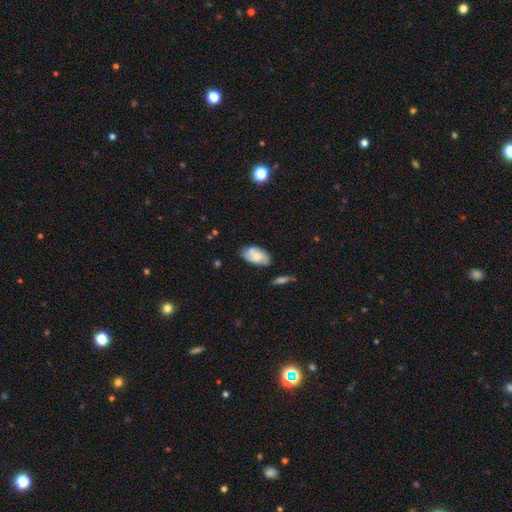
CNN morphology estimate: A smooth galaxy with no disk features (55%) that is in between round and cigar-shaped (93%).

Vote fractions:
- Smooth or featured? smooth: 55% / featured or disk: 38% / star or artifact: 7%
- How rounded? in between: 93% / round: 4% / cigar-shaped: 3%
- Merging? none: 65% / minor disturbance: 25% / merger: 5% / major disturbance: 5%